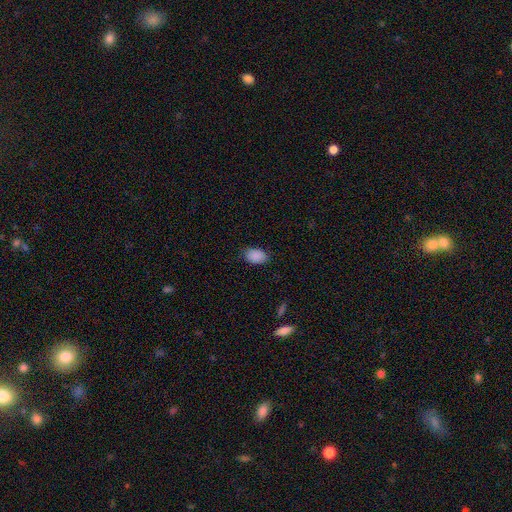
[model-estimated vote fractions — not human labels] smooth-or-featured: smooth: 89% | star or artifact: 8% | featured or disk: 3%
  how-rounded: in between: 86% | round: 13% | cigar-shaped: 1%
  merging: none: 82% | minor disturbance: 14% | major disturbance: 3% | merger: 1%